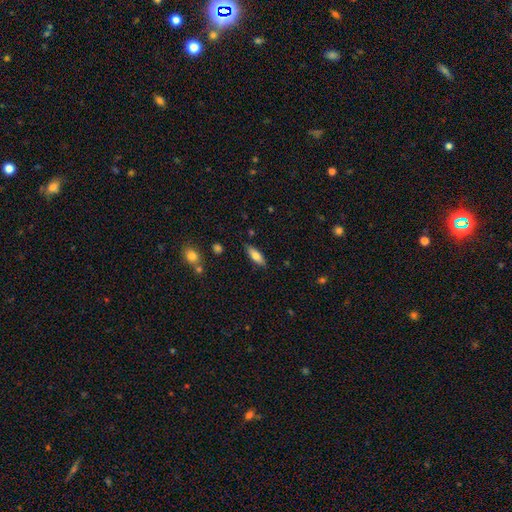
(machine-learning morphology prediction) A smooth galaxy with no disk features (74%) that is in between round and cigar-shaped (62%).

Vote fractions:
- Smooth or featured? smooth: 74% / featured or disk: 20% / star or artifact: 7%
- How rounded? in between: 62% / cigar-shaped: 36% / round: 2%
- Merging? none: 84% / minor disturbance: 12% / major disturbance: 3% / merger: 2%